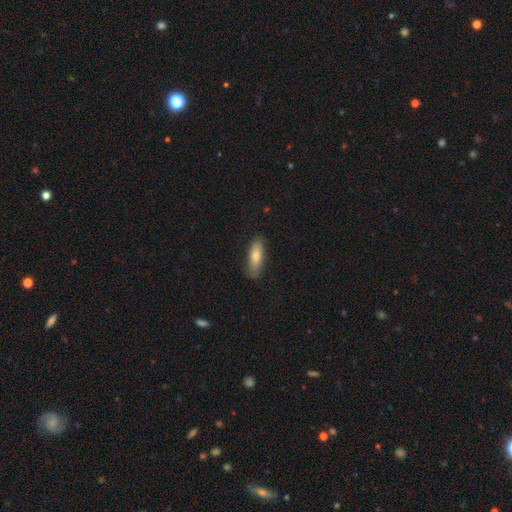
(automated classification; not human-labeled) The model was most divided on "how rounded": in between: 54%, cigar-shaped: 43%, round: 2%. More confident: merging — none (82%); smooth or featured — smooth (72%).